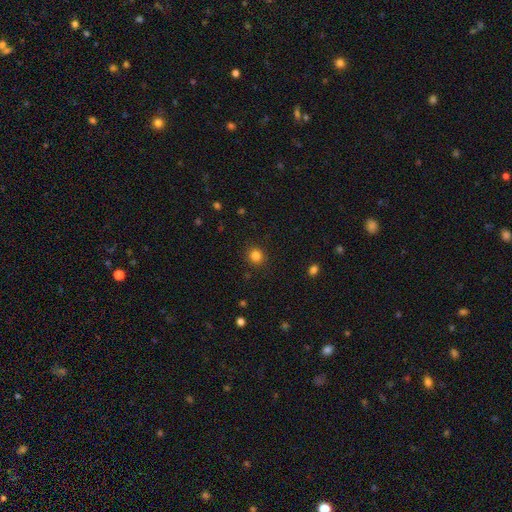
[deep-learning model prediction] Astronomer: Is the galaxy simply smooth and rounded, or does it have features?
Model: smooth — 83%.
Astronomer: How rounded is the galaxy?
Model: round — 88%.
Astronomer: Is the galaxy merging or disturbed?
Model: none — 90%.